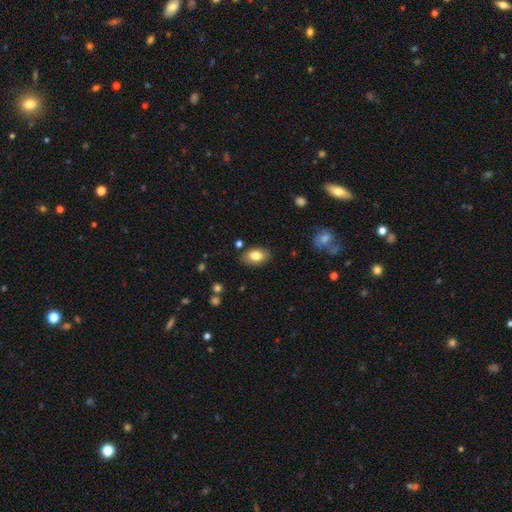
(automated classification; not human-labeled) Overall: smooth (81%). How rounded: in between (90%). Merging: none (83%).